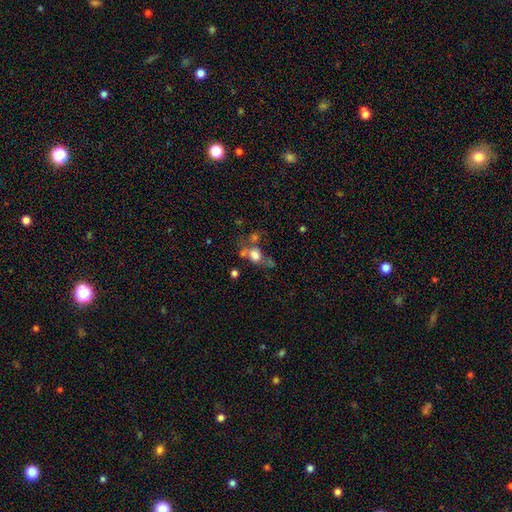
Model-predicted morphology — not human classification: The model was most divided on "merging": none: 36%, merger: 33%, minor disturbance: 16%, major disturbance: 15%. More confident: smooth or featured — smooth (68%); how rounded — round (54%).